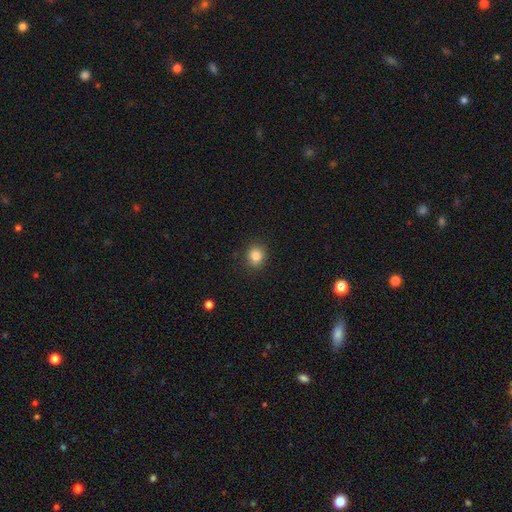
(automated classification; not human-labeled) Smooth or featured: smooth — 84% (star or artifact — 10%)
How rounded: round — 80% (in between — 19%)
Merging: none — 88% (minor disturbance — 9%)